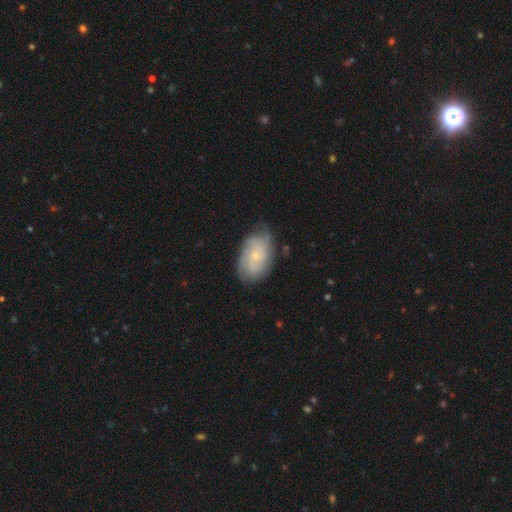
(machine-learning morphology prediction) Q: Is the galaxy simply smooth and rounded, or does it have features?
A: featured or disk — 65%.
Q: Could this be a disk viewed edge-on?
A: no — 96%.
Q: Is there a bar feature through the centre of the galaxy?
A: no — 78%.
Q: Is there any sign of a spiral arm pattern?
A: yes — 90%.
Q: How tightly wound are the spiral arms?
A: tight — 57%.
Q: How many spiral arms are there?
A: can't tell — 39%.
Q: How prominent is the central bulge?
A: small — 73%.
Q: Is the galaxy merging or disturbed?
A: none — 70%.